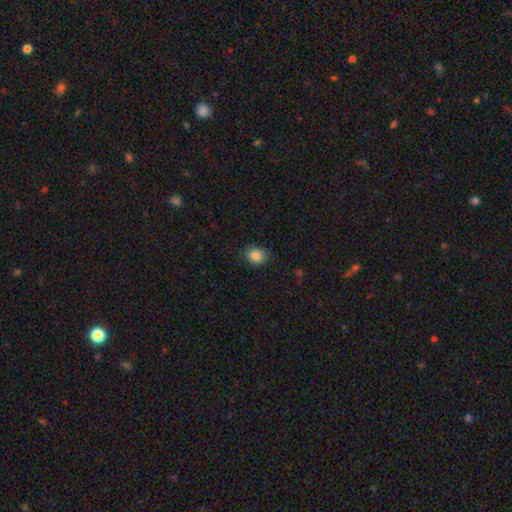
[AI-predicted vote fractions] Smooth or featured? Predicted: smooth (p=0.84). How rounded? Predicted: in between (p=0.55). Merging? Predicted: none (p=0.85).